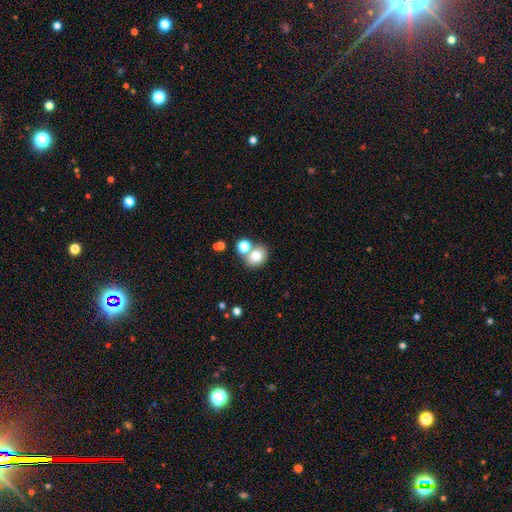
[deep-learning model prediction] Smooth or featured? smooth (79%)
How rounded? round (60%)
Merging? none (54%)